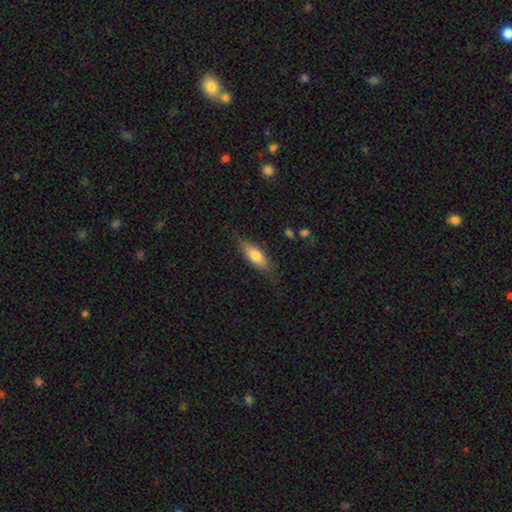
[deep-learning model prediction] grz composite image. It shows a smooth galaxy with no disk features (70%) that is in between round and cigar-shaped (62%). Merging: none (75%).